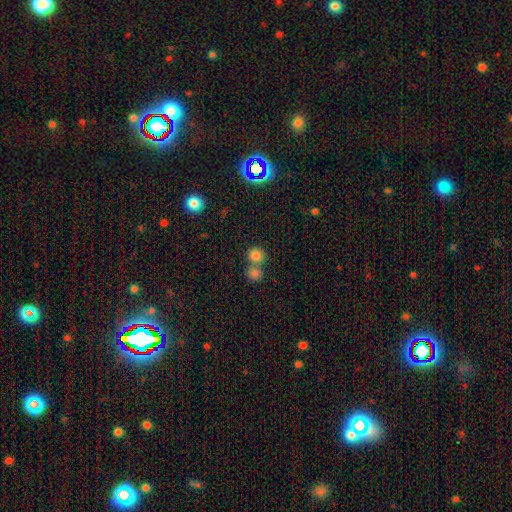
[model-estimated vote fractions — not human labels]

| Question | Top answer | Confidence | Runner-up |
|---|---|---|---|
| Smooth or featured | smooth | 81% | star or artifact (13%) |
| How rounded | round | 81% | in between (18%) |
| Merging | none | 50% | merger (40%) |